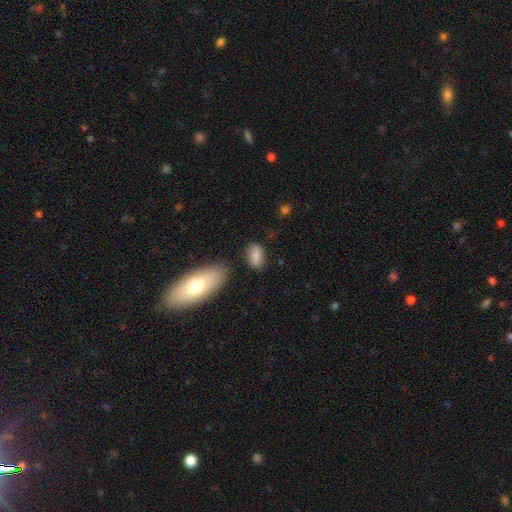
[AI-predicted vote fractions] Smooth or featured? smooth (82%)
How rounded? in between (88%)
Merging? none (76%)